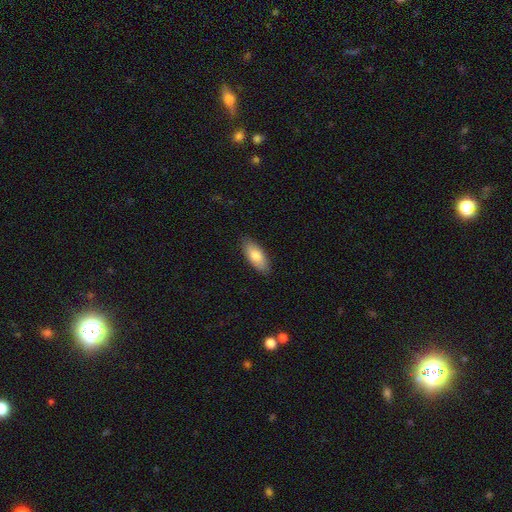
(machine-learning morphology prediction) This is likely a smooth galaxy (78%). How rounded: clearly in between (84%). Merging: clearly none (86%).